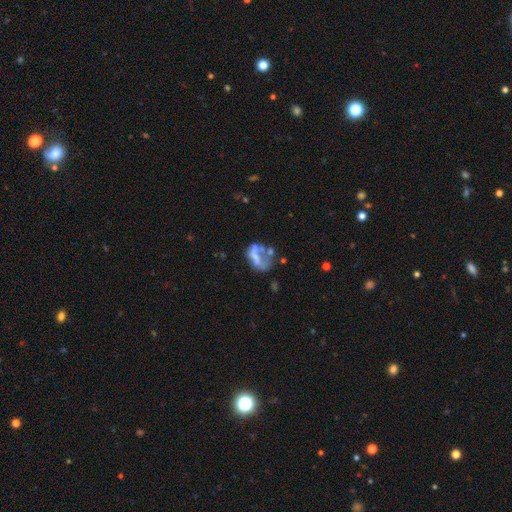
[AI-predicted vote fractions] The model was most divided on "merging": major disturbance: 35%, none: 26%, merger: 22%, minor disturbance: 17%. More confident: edge-on disk — no (97%); smooth or featured — featured or disk (50%).